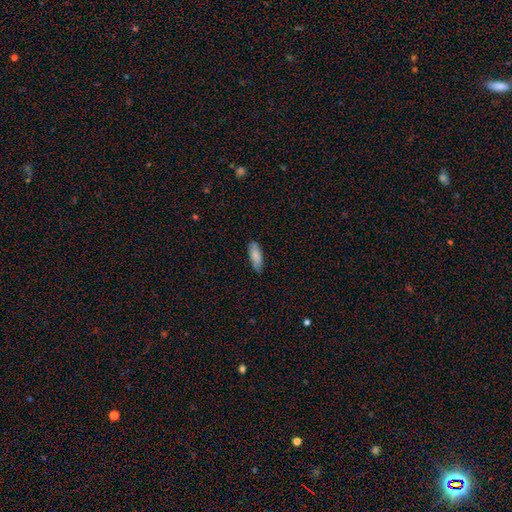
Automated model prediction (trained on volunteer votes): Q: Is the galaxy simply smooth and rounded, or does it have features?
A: smooth — 84%.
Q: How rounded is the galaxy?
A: in between — 67%.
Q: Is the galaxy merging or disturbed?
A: none — 82%.